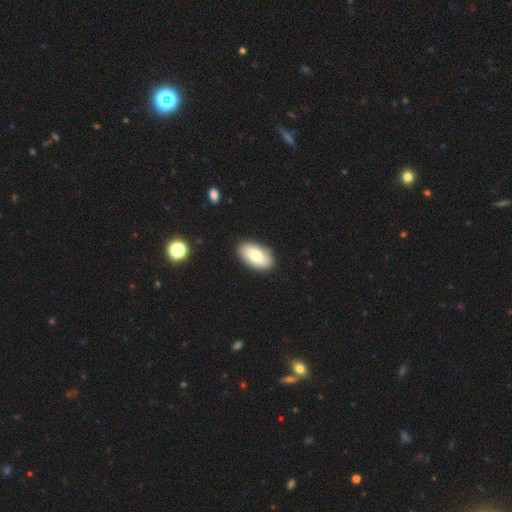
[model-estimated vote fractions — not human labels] smooth-or-featured: smooth: 77% | featured or disk: 17% | star or artifact: 6%
  how-rounded: in between: 94% | round: 4% | cigar-shaped: 2%
  merging: none: 89% | minor disturbance: 8% | major disturbance: 2% | merger: 1%